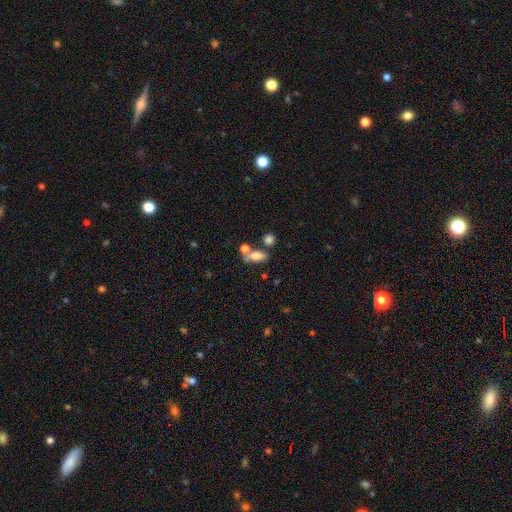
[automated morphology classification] smooth_or_featured: smooth (p=0.76) [alt: featured or disk p=0.13]
how_rounded: in between (p=0.80) [alt: round p=0.12]
merging: none (p=0.51) [alt: merger p=0.29]